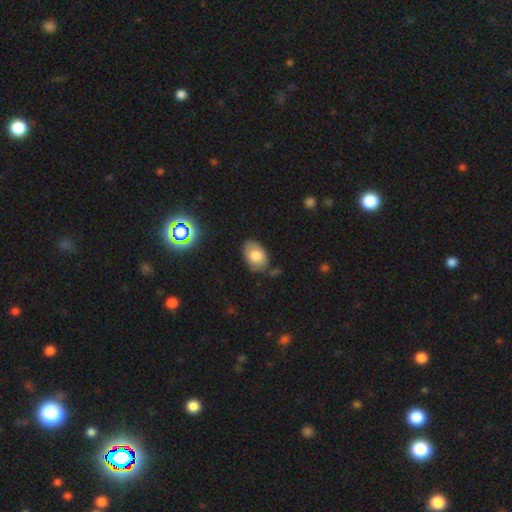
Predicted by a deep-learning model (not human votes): The model was most divided on "merging": none: 76%, minor disturbance: 17%, major disturbance: 4%, merger: 3%. More confident: how rounded — in between (86%); smooth or featured — smooth (77%).